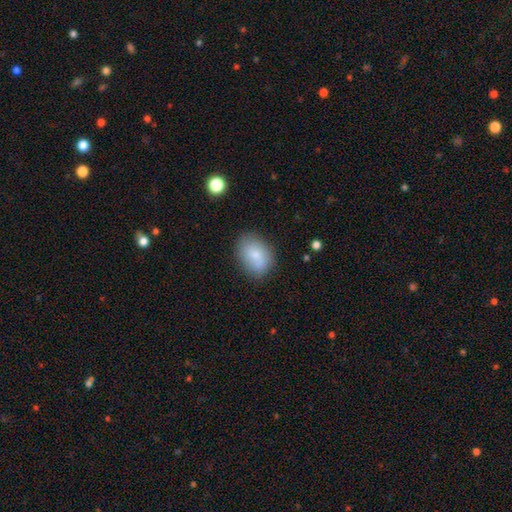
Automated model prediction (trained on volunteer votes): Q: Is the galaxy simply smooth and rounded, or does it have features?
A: smooth — 76%.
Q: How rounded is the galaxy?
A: in between — 74%.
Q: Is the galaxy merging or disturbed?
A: none — 78%.